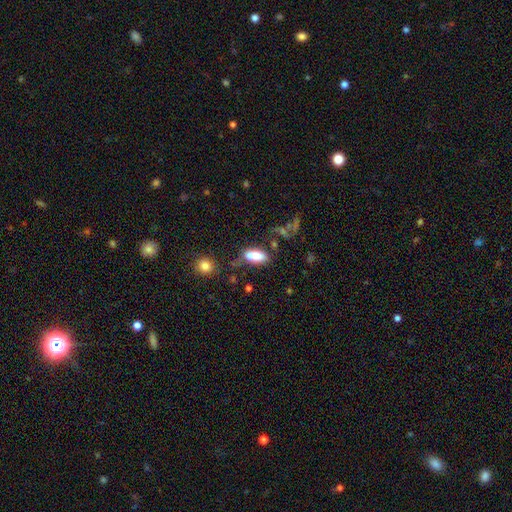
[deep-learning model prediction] Smooth or featured?
  - smooth: 78% *
  - featured or disk: 14%
  - star or artifact: 9%
How rounded?
  - in between: 81% *
  - cigar-shaped: 15%
  - round: 3%
Merging?
  - none: 51% *
  - minor disturbance: 23%
  - merger: 15%
  - major disturbance: 11%